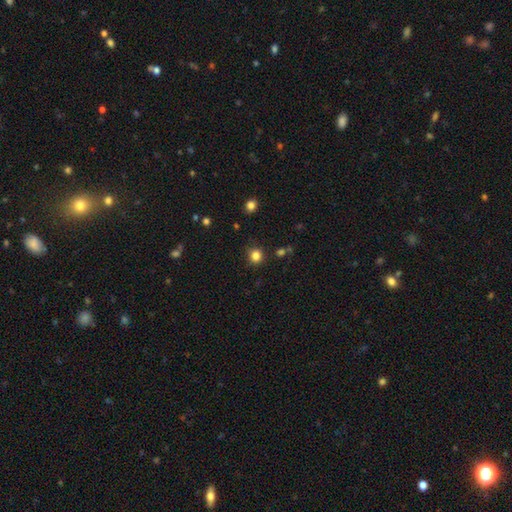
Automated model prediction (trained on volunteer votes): This is clearly a smooth galaxy (83%). How rounded: clearly round (86%). Merging: clearly none (84%).